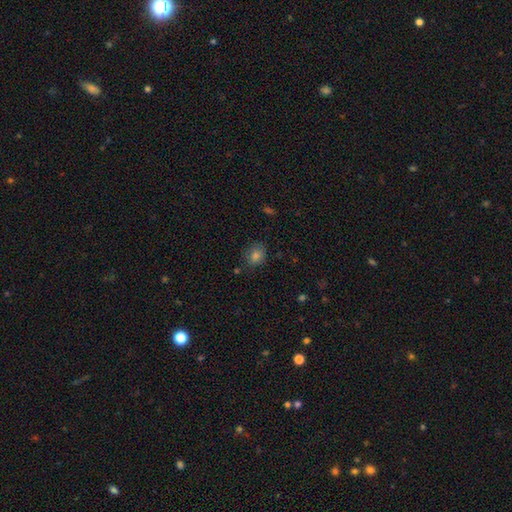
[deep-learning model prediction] smooth 76%, star or artifact 16%, featured or disk 8%. Down the decision tree: how rounded — round (58%); merging — none (77%).